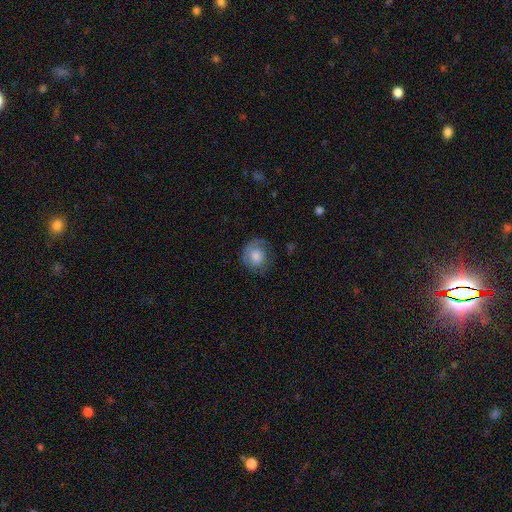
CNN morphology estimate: This is likely a smooth galaxy (72%). How rounded: clearly round (83%). Merging: likely none (66%).